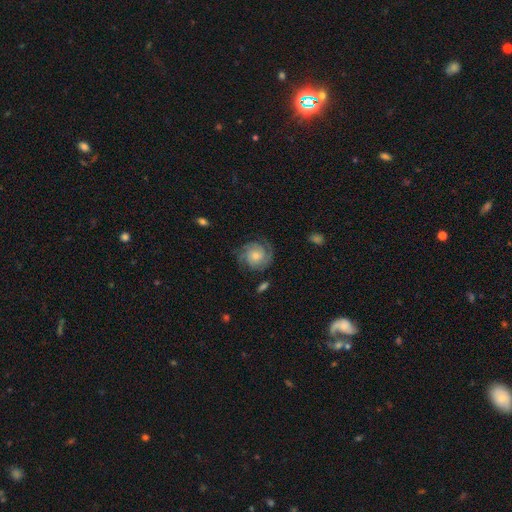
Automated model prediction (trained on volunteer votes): Smooth or featured: featured or disk — 77% (smooth — 17%)
Edge-on disk: no — 98% (yes — 2%)
Bar: no — 78% (weak — 18%)
Spiral arms: yes — 95% (no — 5%)
Spiral winding: tight — 59% (medium — 32%)
Spiral arm count: 2 — 41% (3 — 24%)
Bulge size: small — 51% (moderate — 39%)
Merging: none — 75% (minor disturbance — 16%)